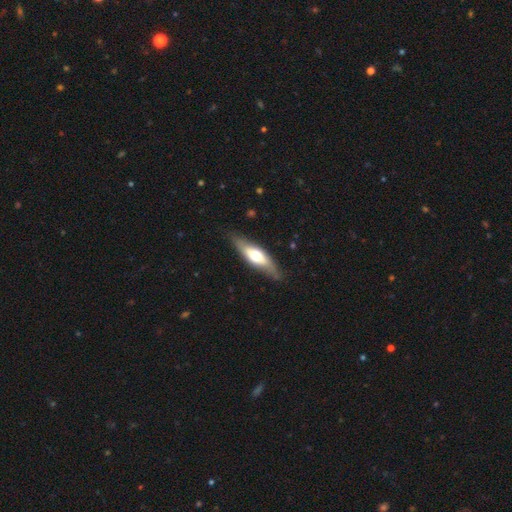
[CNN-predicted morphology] type=featured or disk (49%); merging=none (79%).